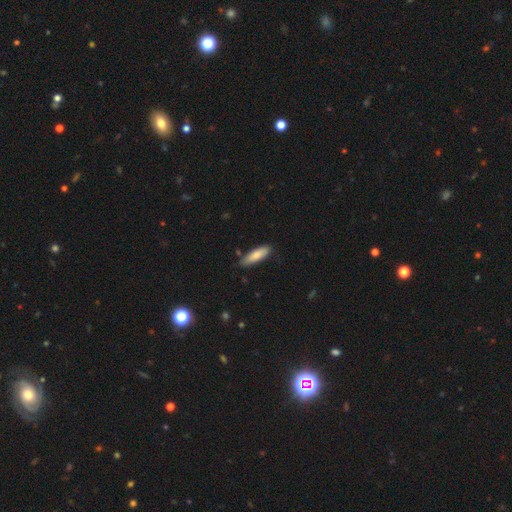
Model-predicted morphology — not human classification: The model was most divided on "how rounded": cigar-shaped: 54%, in between: 44%, round: 1%. More confident: smooth or featured — smooth (82%); merging — none (80%).